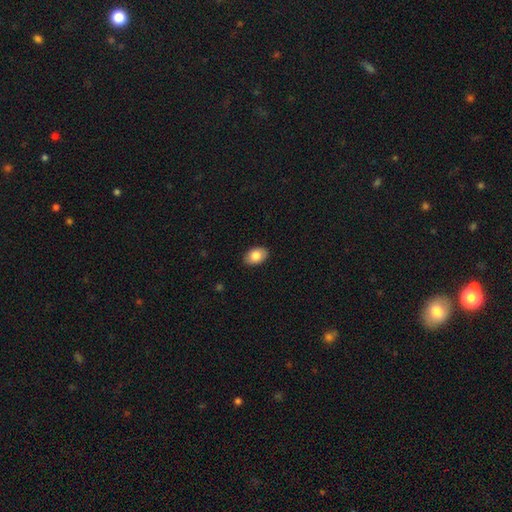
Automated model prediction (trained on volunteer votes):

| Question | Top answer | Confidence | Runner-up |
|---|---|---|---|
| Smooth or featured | smooth | 82% | featured or disk (11%) |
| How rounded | in between | 88% | round (11%) |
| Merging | none | 88% | minor disturbance (9%) |